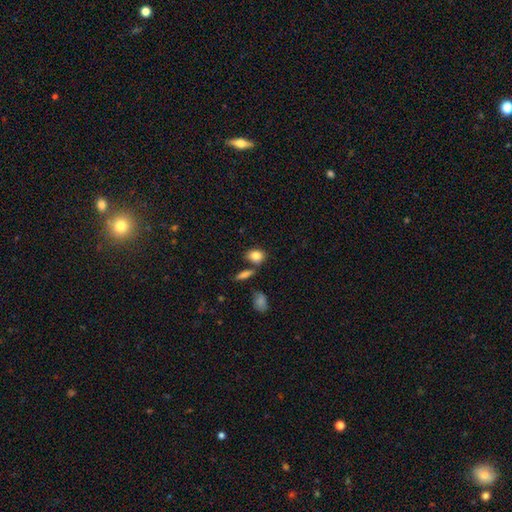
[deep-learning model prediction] Smooth or featured? Predicted: smooth (p=0.84). How rounded? Predicted: in between (p=0.61). Merging? Predicted: none (p=0.67).